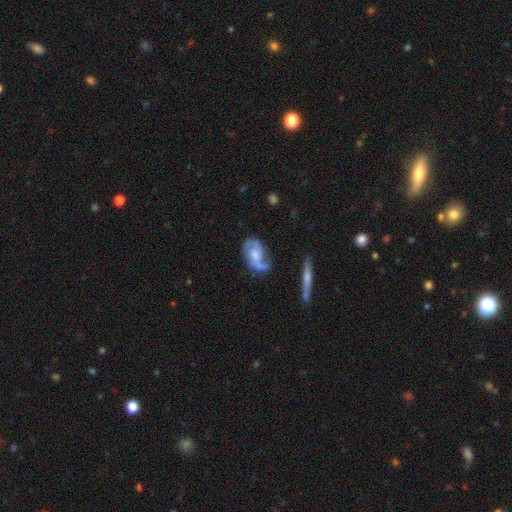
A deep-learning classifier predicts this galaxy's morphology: This appears to be a featured or disk galaxy (65%) with no bar (68%), spiral arms (80%) and a moderate central bulge (44%). Merging: none (43%).